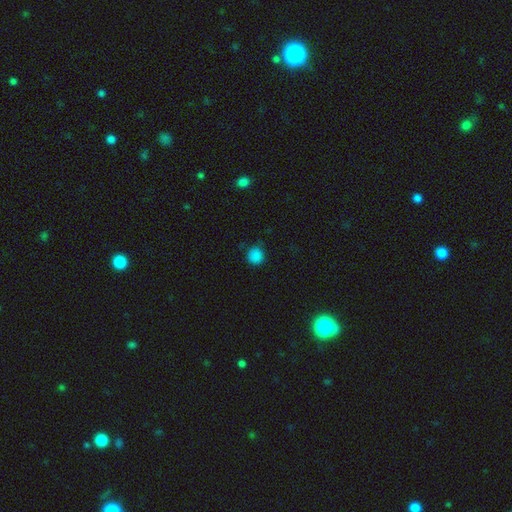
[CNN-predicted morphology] A smooth galaxy with no disk features (84%) that is round (91%).

Vote fractions:
- Smooth or featured? smooth: 84% / star or artifact: 13% / featured or disk: 3%
- How rounded? round: 91% / in between: 8% / cigar-shaped: 1%
- Merging? none: 82% / minor disturbance: 13% / major disturbance: 3% / merger: 2%